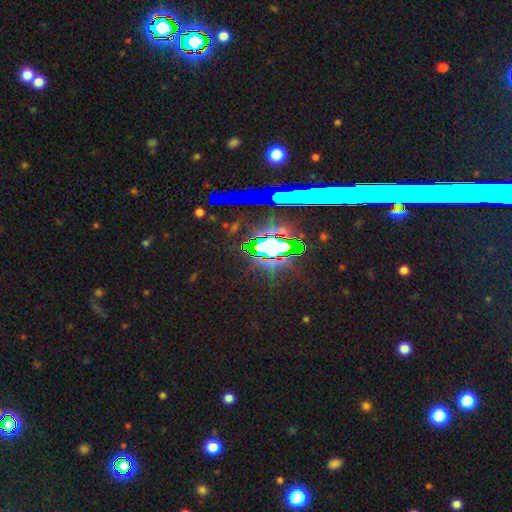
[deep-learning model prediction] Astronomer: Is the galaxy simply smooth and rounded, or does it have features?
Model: star or artifact — 81%.